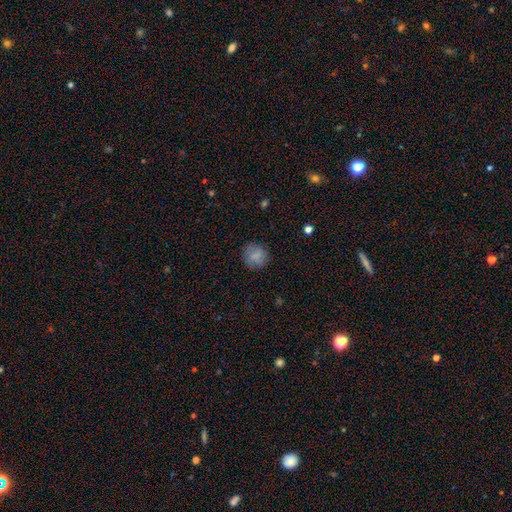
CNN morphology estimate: This is clearly a smooth galaxy (81%). How rounded: clearly round (87%). Merging: clearly none (82%).